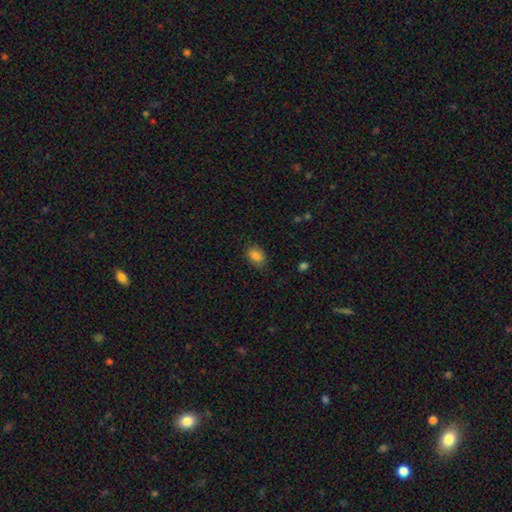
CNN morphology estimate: This is clearly a smooth galaxy (84%). How rounded: likely in between (78%). Merging: clearly none (81%).